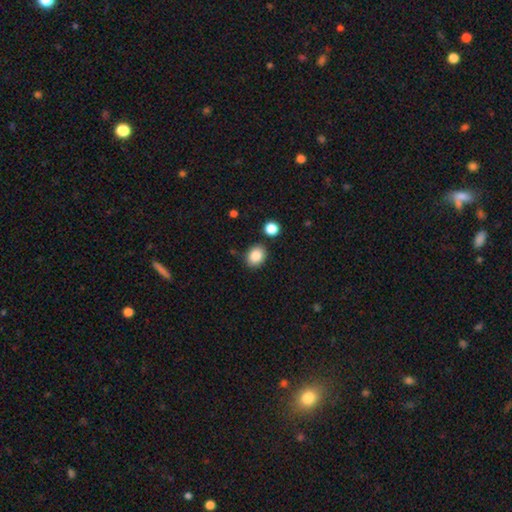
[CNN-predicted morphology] This is clearly a smooth galaxy (87%). How rounded: possibly in between (53%). Merging: clearly none (82%).